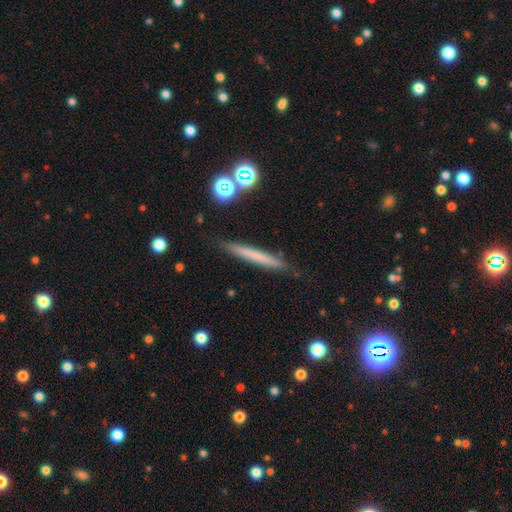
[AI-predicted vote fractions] This is likely a smooth galaxy (61%). How rounded: clearly cigar-shaped (96%). Merging: clearly none (87%).